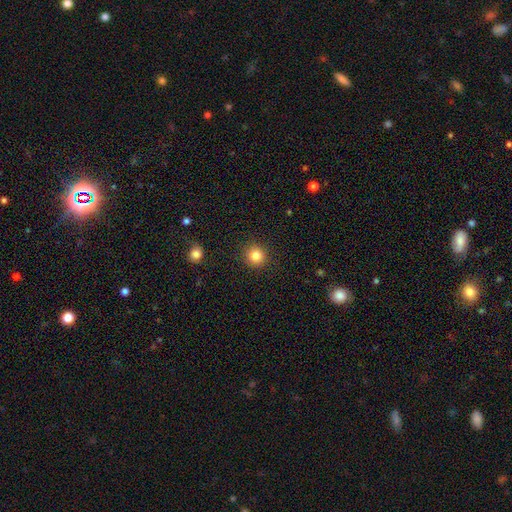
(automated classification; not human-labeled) The model was most divided on "smooth or featured": smooth: 84%, star or artifact: 11%, featured or disk: 5%. More confident: how rounded — round (92%); merging — none (90%).